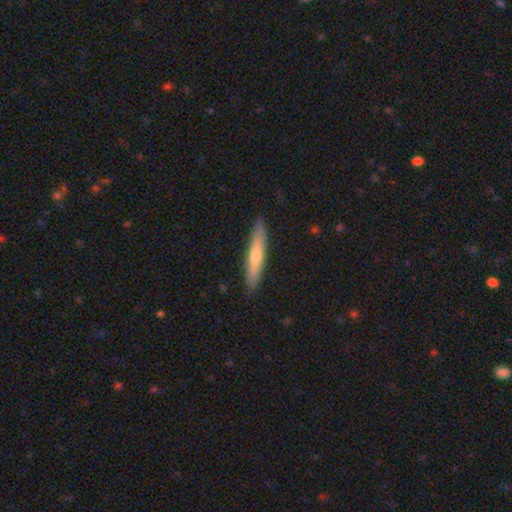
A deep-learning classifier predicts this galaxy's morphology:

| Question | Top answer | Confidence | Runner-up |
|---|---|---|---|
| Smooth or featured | featured or disk | 48% | smooth (45%) |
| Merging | none | 91% | minor disturbance (7%) |